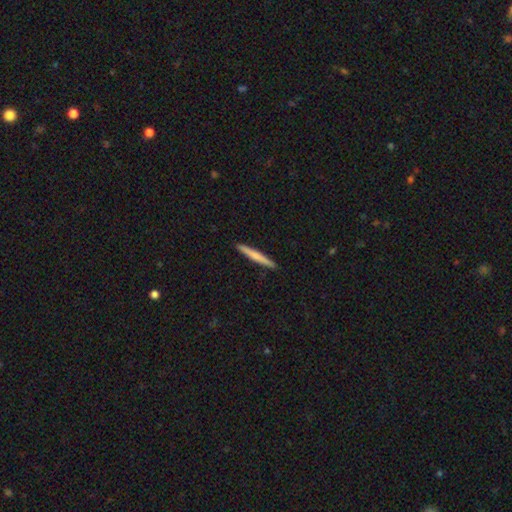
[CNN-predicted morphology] smooth_or_featured: smooth (p=0.58) [alt: featured or disk p=0.36]
how_rounded: cigar-shaped (p=0.96) [alt: in between p=0.02]
merging: none (p=0.92) [alt: minor disturbance p=0.05]